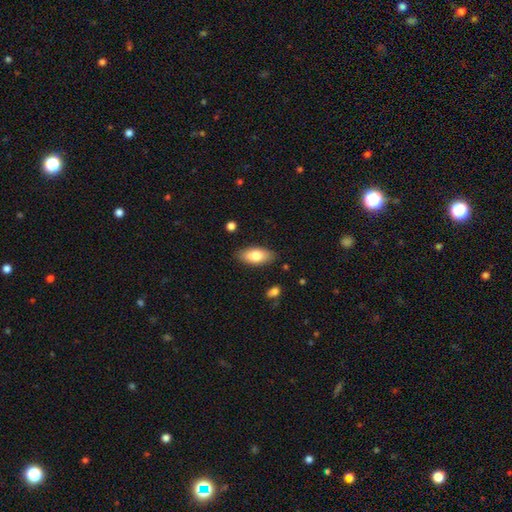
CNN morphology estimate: Overall: smooth (79%). How rounded: in between (89%). Merging: none (86%).